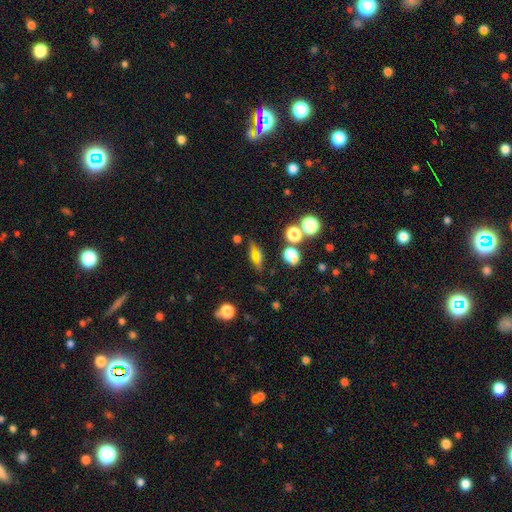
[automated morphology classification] A smooth galaxy with no disk features (50%). Merging: none (56%).